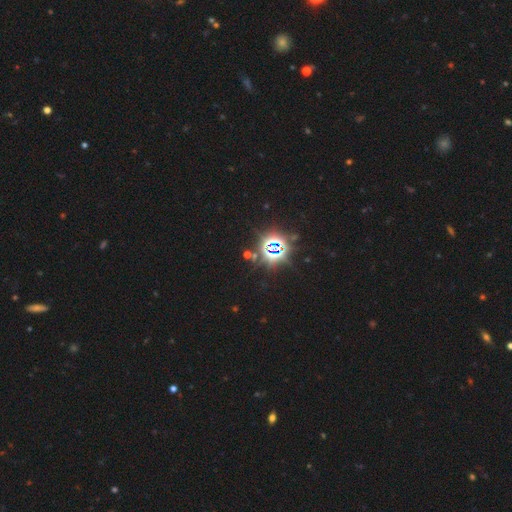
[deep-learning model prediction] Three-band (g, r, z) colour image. It shows a star or artifact, not a galaxy (83%).